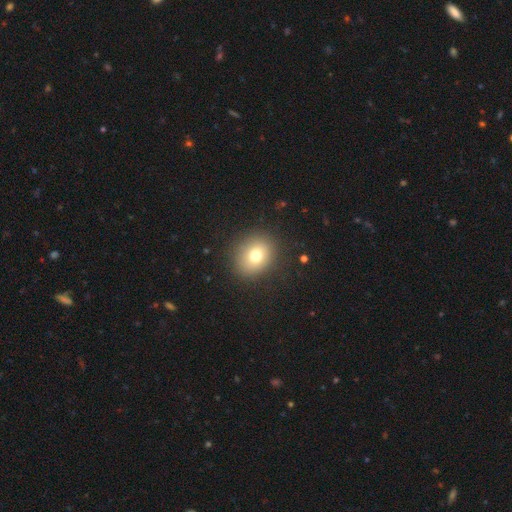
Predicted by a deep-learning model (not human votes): Smooth or featured?
  - smooth: 75% *
  - star or artifact: 13%
  - featured or disk: 12%
How rounded?
  - round: 68% *
  - in between: 31%
  - cigar-shaped: 1%
Merging?
  - none: 86% *
  - minor disturbance: 9%
  - major disturbance: 4%
  - merger: 1%